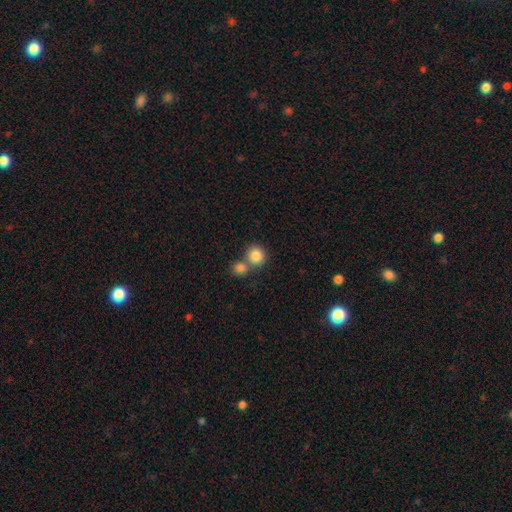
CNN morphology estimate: A smooth galaxy with no disk features (85%) that is round (89%). Merging: none (50%).